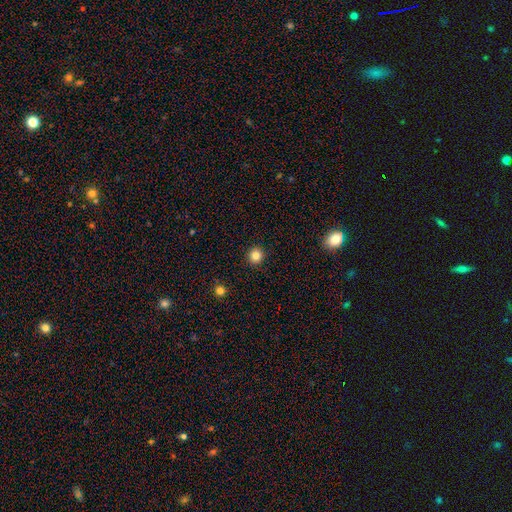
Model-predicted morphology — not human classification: Smooth or featured: smooth — 83% (star or artifact — 12%)
How rounded: round — 94% (in between — 6%)
Merging: none — 93% (minor disturbance — 4%)